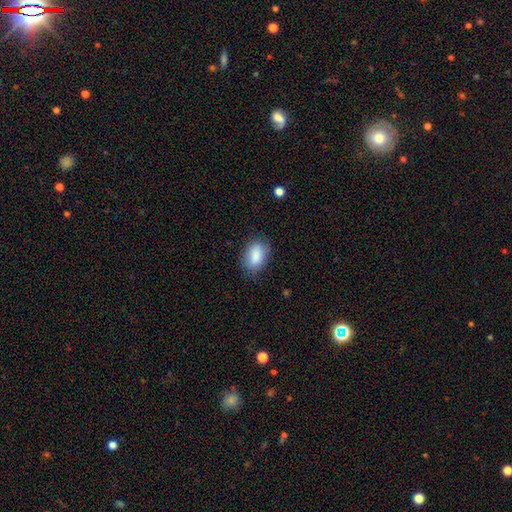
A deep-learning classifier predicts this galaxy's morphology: Overall: smooth (87%). How rounded: in between (88%). Merging: none (79%).